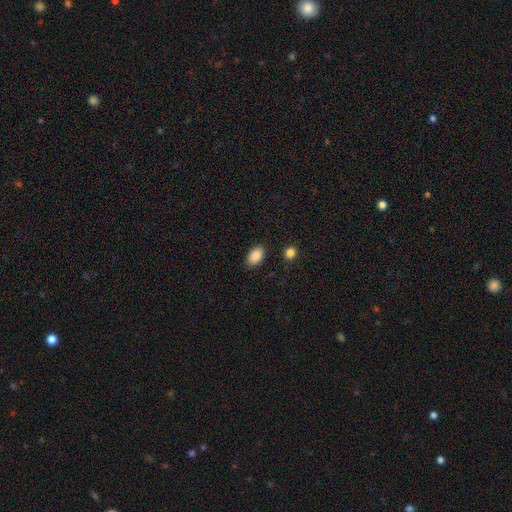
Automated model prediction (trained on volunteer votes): A smooth galaxy with no disk features (89%) that is in between round and cigar-shaped (91%). Merging: none (86%).